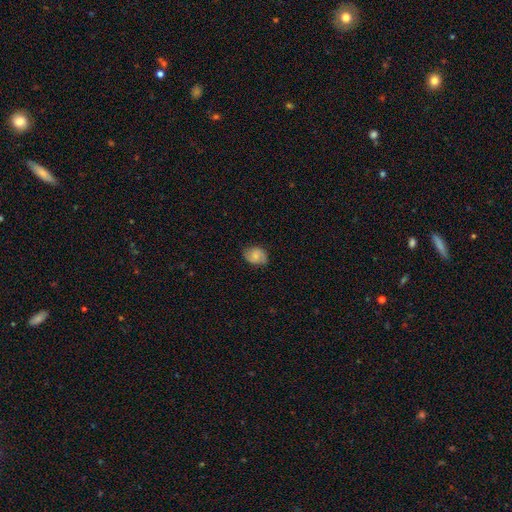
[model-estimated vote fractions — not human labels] A smooth galaxy with no disk features (61%) that is in between round and cigar-shaped (65%).

Vote fractions:
- Smooth or featured? smooth: 61% / featured or disk: 31% / star or artifact: 8%
- How rounded? in between: 65% / round: 34% / cigar-shaped: 1%
- Merging? none: 76% / minor disturbance: 18% / major disturbance: 4% / merger: 1%